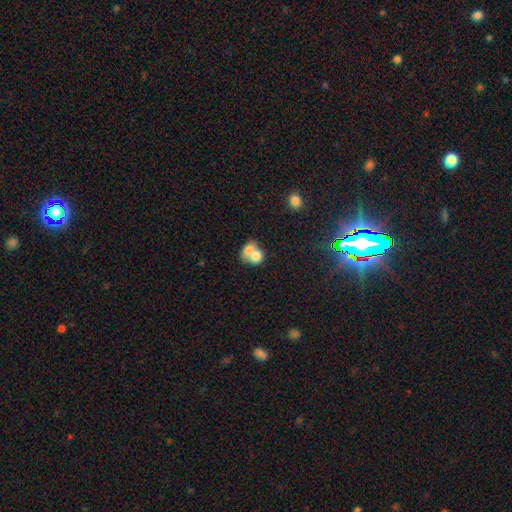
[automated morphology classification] A smooth galaxy with no disk features (71%) that is round (54%). Merging: merger (71%).